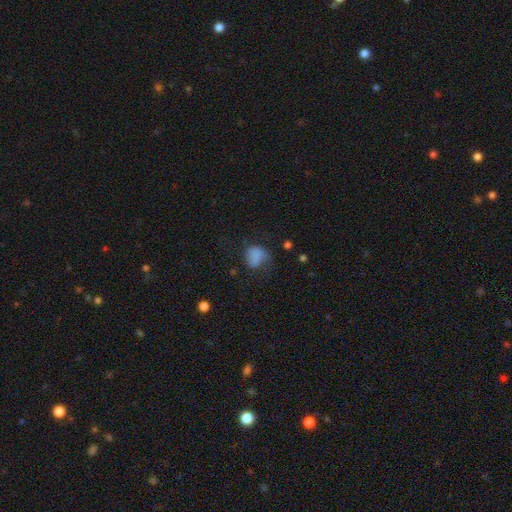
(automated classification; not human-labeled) Overall: smooth (70%). How rounded: in between (54%; round 44%). Merging: none (37%; major disturbance 32%).